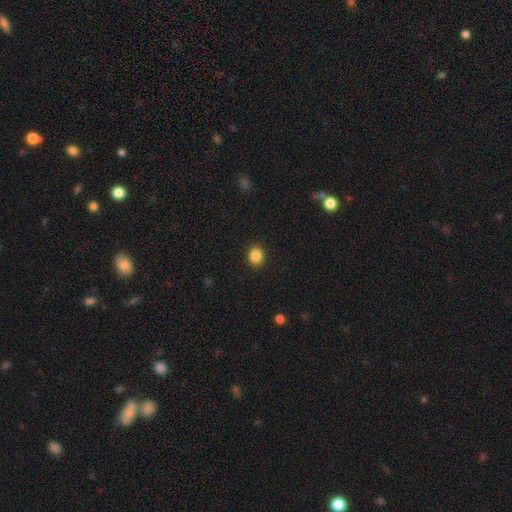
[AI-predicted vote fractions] Q: Smooth or featured?
A: smooth (87%); runner-up: star or artifact (10%)
Q: How rounded?
A: round (58%); runner-up: in between (41%)
Q: Merging?
A: none (91%); runner-up: minor disturbance (6%)